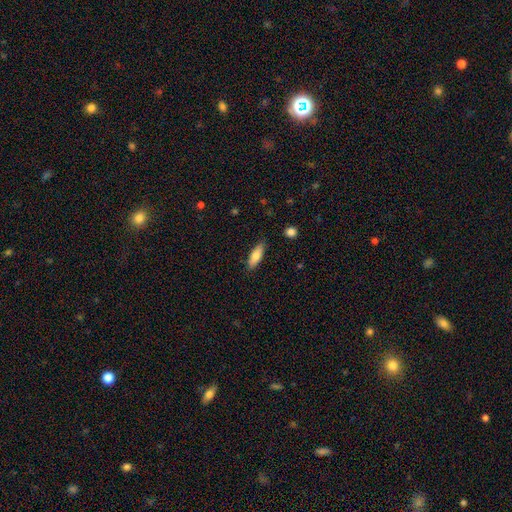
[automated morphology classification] The model was most divided on "how rounded": in between: 57%, cigar-shaped: 41%, round: 2%. More confident: merging — none (85%); smooth or featured — smooth (76%).